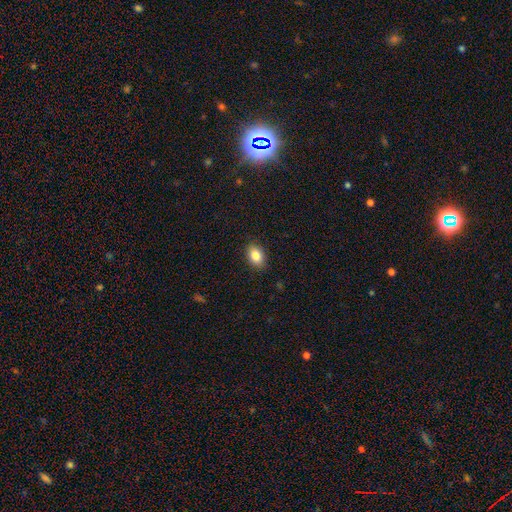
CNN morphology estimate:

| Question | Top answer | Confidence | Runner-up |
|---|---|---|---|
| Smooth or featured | smooth | 85% | star or artifact (8%) |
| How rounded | in between | 83% | round (16%) |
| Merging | none | 89% | minor disturbance (8%) |